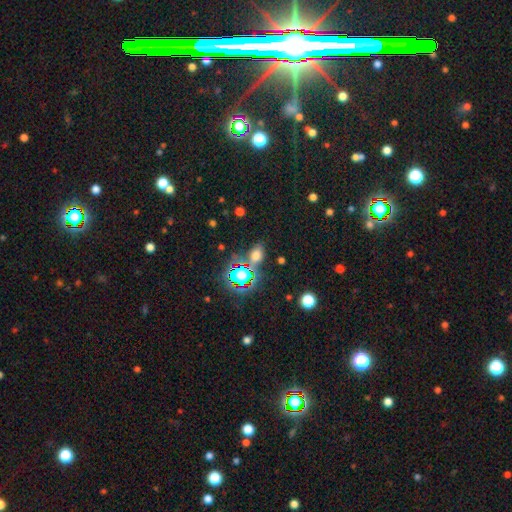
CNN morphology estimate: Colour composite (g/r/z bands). It shows a smooth galaxy with no disk features (58%) that is in between round and cigar-shaped (74%). Merging: none (73%).